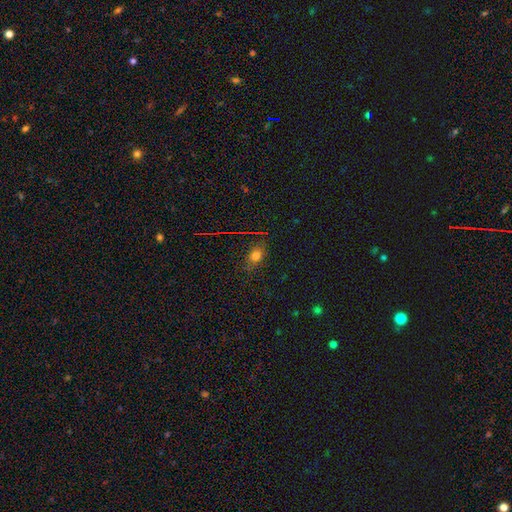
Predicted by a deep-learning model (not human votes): Q: Smooth or featured?
A: smooth (70%); runner-up: star or artifact (21%)
Q: How rounded?
A: in between (69%); runner-up: round (28%)
Q: Merging?
A: none (80%); runner-up: minor disturbance (14%)